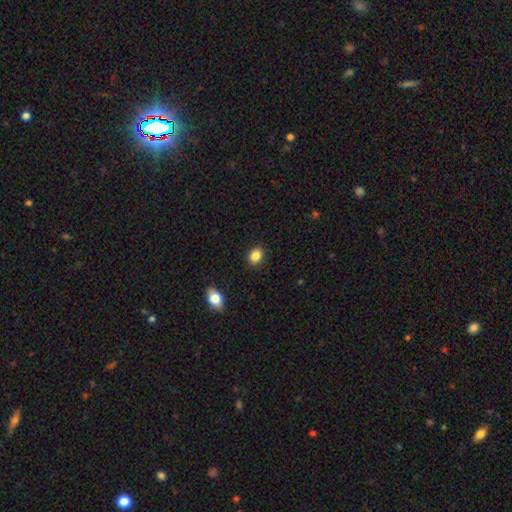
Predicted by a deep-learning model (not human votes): Q: Smooth or featured?
A: smooth (86%); runner-up: star or artifact (10%)
Q: How rounded?
A: round (53%); runner-up: in between (46%)
Q: Merging?
A: none (90%); runner-up: minor disturbance (7%)